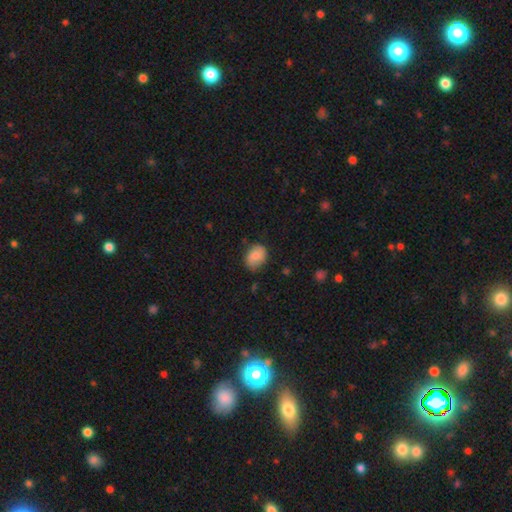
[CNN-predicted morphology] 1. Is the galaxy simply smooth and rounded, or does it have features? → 76% smooth, 16% featured or disk, 7% star or artifact.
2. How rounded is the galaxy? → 54% in between, 45% round, 1% cigar-shaped.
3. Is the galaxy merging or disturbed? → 74% none, 20% minor disturbance, 4% major disturbance, 2% merger.